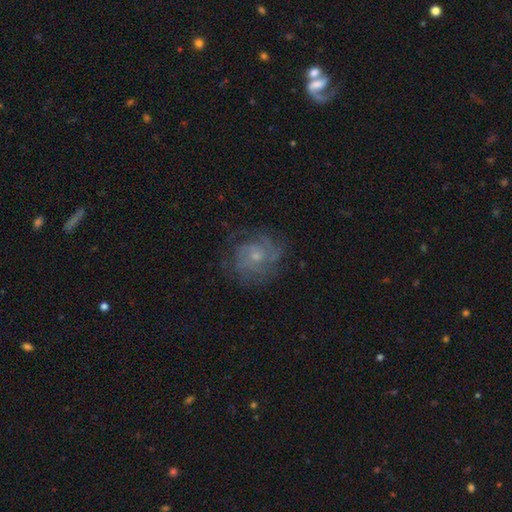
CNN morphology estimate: The model was most divided on "spiral arm count": can't tell: 38%, 2: 22%, 3: 20%, 4: 9%, 1: 6%, more than 4: 5%. More confident: edge-on disk — no (98%); spiral arms — yes (87%); bar — no (77%); merging — none (71%); smooth or featured — featured or disk (70%); bulge size — small (62%); spiral winding — tight (53%).